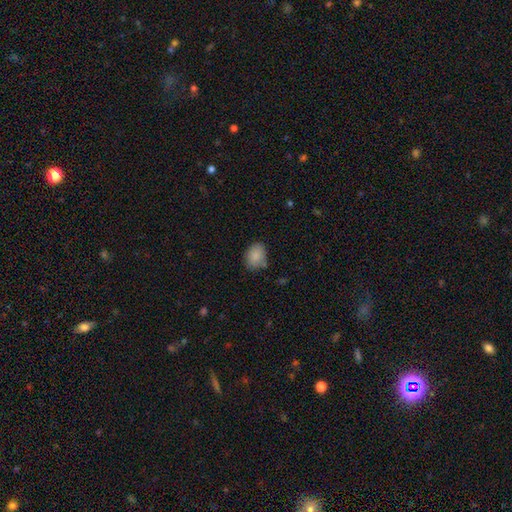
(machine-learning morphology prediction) smooth 87%, star or artifact 8%, featured or disk 5%. Down the decision tree: how rounded — in between (67%); merging — none (73%).